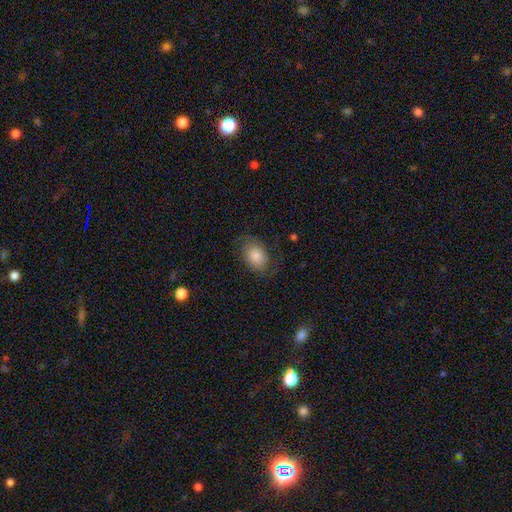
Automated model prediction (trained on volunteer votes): A smooth galaxy with no disk features (70%) that is in between round and cigar-shaped (74%). Merging: none (70%).